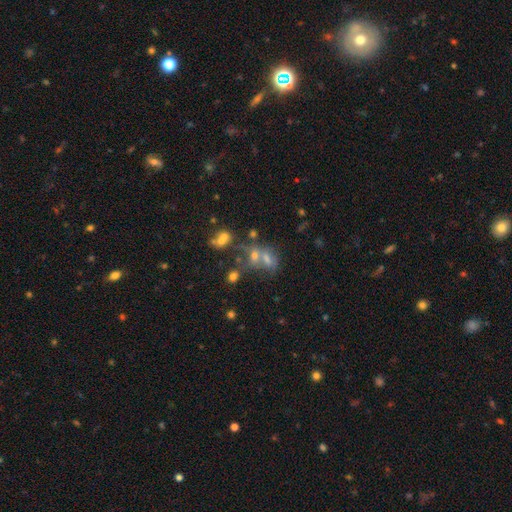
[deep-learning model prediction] This appears to be a smooth galaxy with no disk features (38%). Merging: merger (45%).